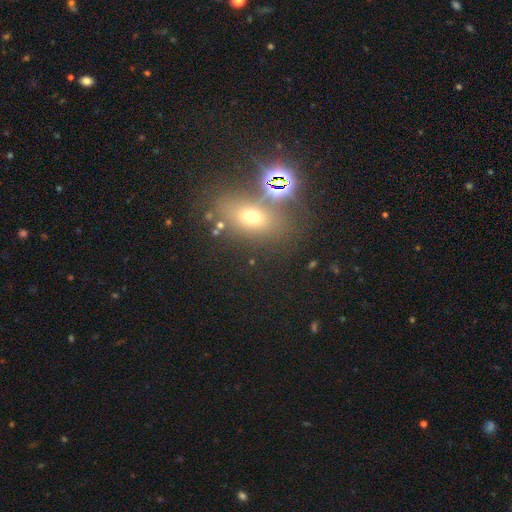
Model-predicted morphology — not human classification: Smooth or featured?
  - smooth: 38% *
  - featured or disk: 34%
  - star or artifact: 28%
Merging?
  - none: 51% *
  - merger: 31%
  - minor disturbance: 11%
  - major disturbance: 7%